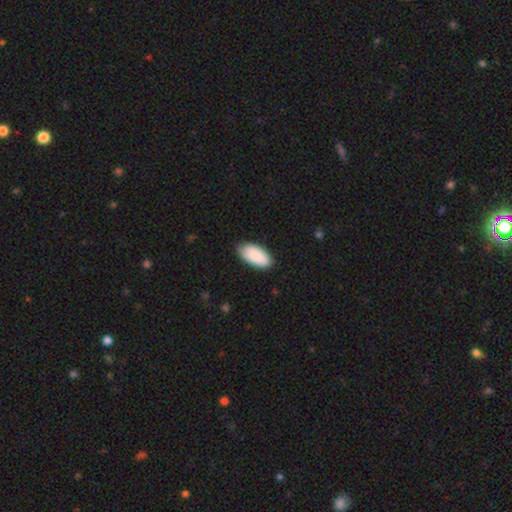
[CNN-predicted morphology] smooth-or-featured: smooth: 89% | featured or disk: 5% | star or artifact: 5%
  how-rounded: in between: 93% | cigar-shaped: 5% | round: 2%
  merging: none: 83% | minor disturbance: 14% | major disturbance: 2% | merger: 1%